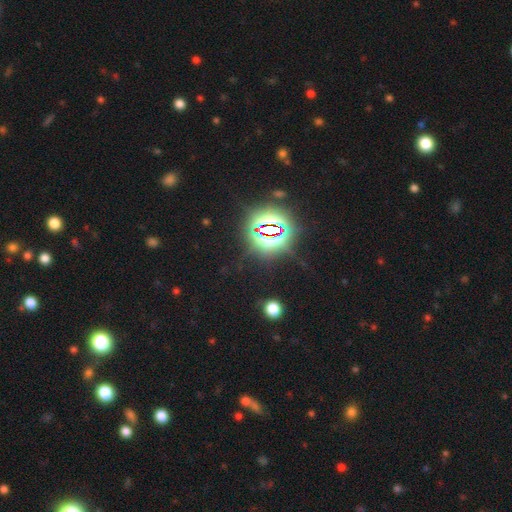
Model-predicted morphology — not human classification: Overall: star or artifact (81%).